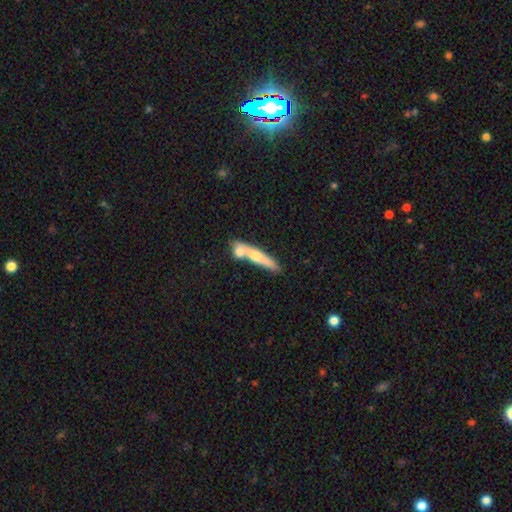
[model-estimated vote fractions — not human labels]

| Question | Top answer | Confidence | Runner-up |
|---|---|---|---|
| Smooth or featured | smooth | 55% | featured or disk (39%) |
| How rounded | cigar-shaped | 88% | in between (10%) |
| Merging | none | 50% | merger (34%) |